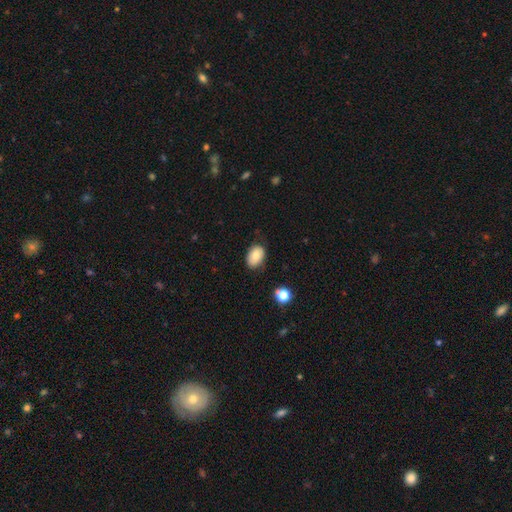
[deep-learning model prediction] smooth_or_featured: smooth (p=0.78) [alt: featured or disk p=0.13]
how_rounded: in between (p=0.85) [alt: round p=0.14]
merging: none (p=0.76) [alt: minor disturbance p=0.19]